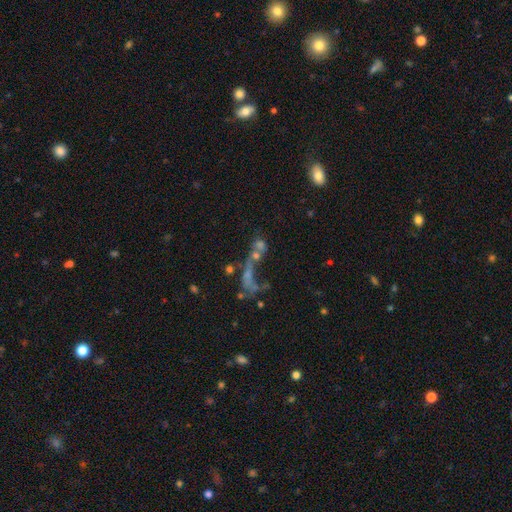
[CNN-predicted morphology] Smooth or featured? Predicted: featured or disk (p=0.42). Merging? Predicted: merger (p=0.43).